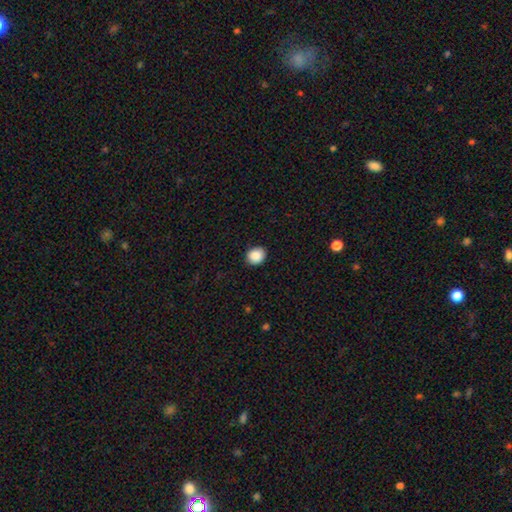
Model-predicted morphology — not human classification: A smooth galaxy with no disk features (89%) that is round (67%).

Vote fractions:
- Smooth or featured? smooth: 89% / star or artifact: 8% / featured or disk: 3%
- How rounded? round: 67% / in between: 32% / cigar-shaped: 1%
- Merging? none: 89% / minor disturbance: 9% / major disturbance: 2% / merger: 1%